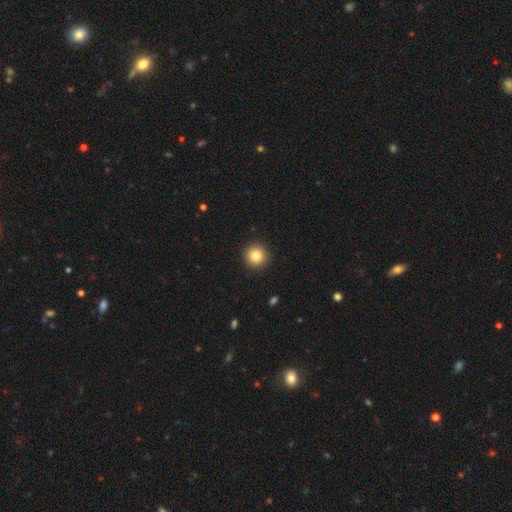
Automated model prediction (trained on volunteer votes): Smooth or featured? smooth (84%)
How rounded? round (95%)
Merging? none (93%)